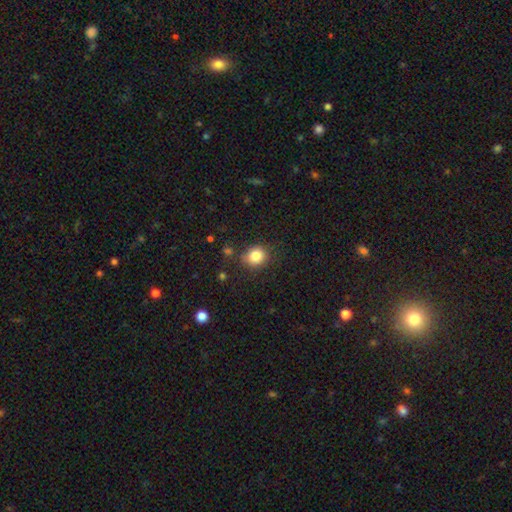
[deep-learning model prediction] Morphology: type=smooth (82%); roundness=round (73%); merging=none (80%).